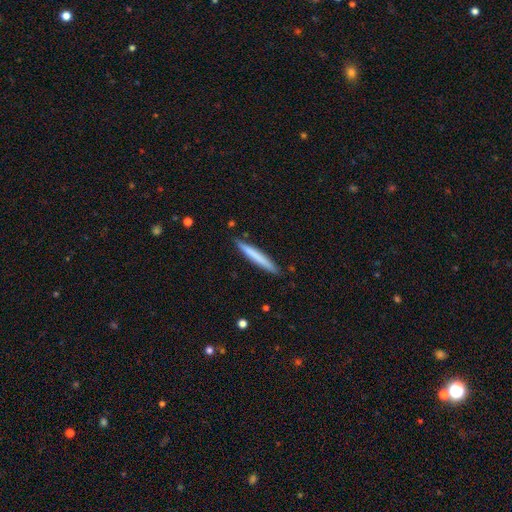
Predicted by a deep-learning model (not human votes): Smooth or featured: smooth — 70% (featured or disk — 24%)
How rounded: cigar-shaped — 96% (in between — 3%)
Merging: none — 89% (minor disturbance — 8%)